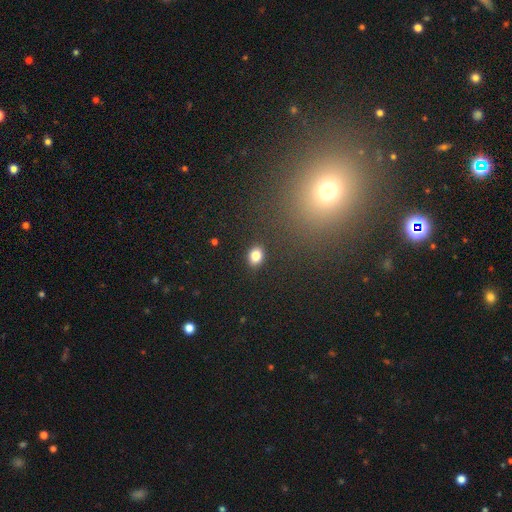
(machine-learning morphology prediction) Q: Smooth or featured?
A: smooth (83%); runner-up: star or artifact (11%)
Q: How rounded?
A: in between (60%); runner-up: round (39%)
Q: Merging?
A: none (89%); runner-up: minor disturbance (7%)